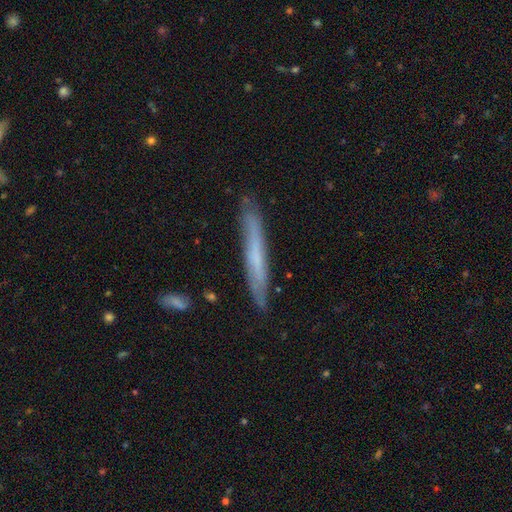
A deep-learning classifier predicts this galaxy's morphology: Smooth or featured? smooth (49%)
Merging? none (83%)